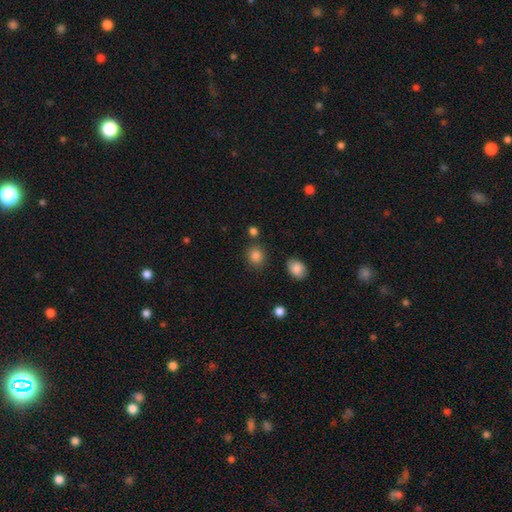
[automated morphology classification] Smooth or featured? Predicted: smooth (p=0.85). How rounded? Predicted: round (p=0.77). Merging? Predicted: none (p=0.81).